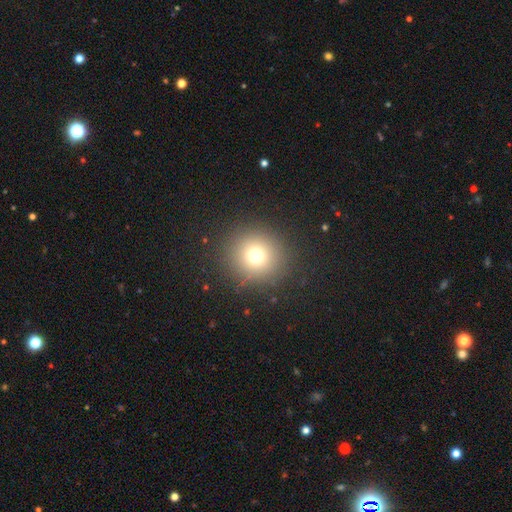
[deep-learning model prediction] A smooth galaxy with no disk features (70%) that is round (93%). Merging: none (88%).